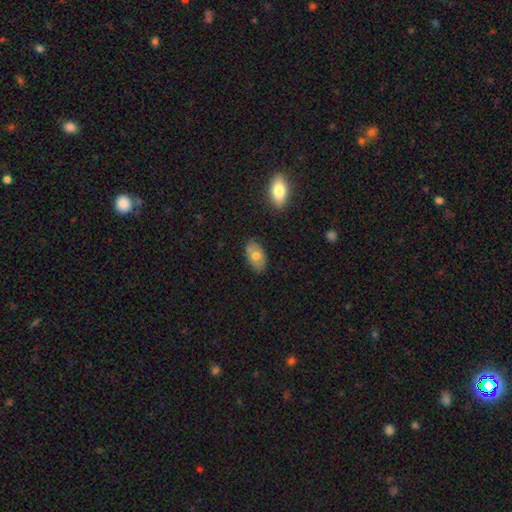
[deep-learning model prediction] A smooth galaxy with no disk features (66%) that is in between round and cigar-shaped (91%). Merging: none (79%).